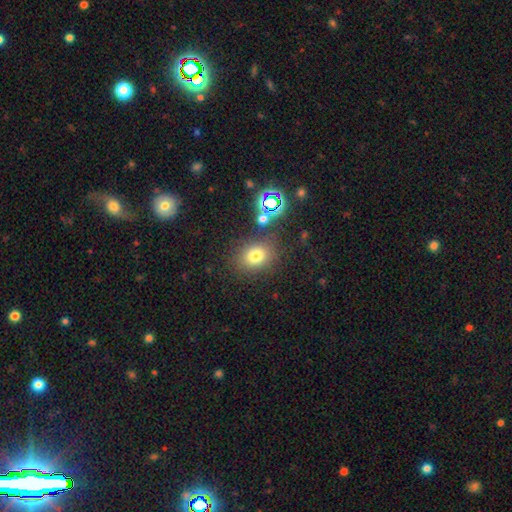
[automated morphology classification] The model was most divided on "how rounded": round: 52%, in between: 47%, cigar-shaped: 1%. More confident: merging — none (77%); smooth or featured — smooth (73%).